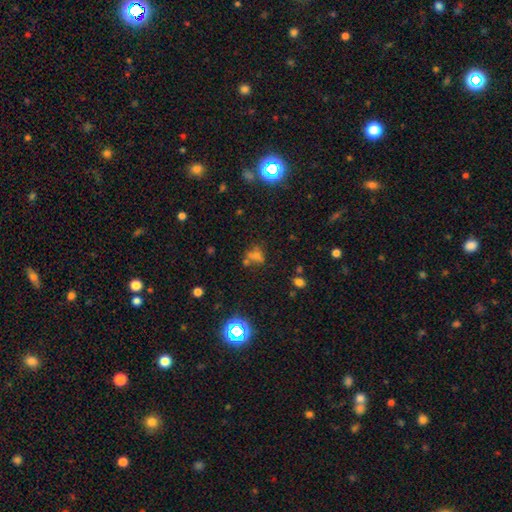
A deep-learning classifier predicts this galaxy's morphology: Overall: star or artifact (46%; smooth 40%).